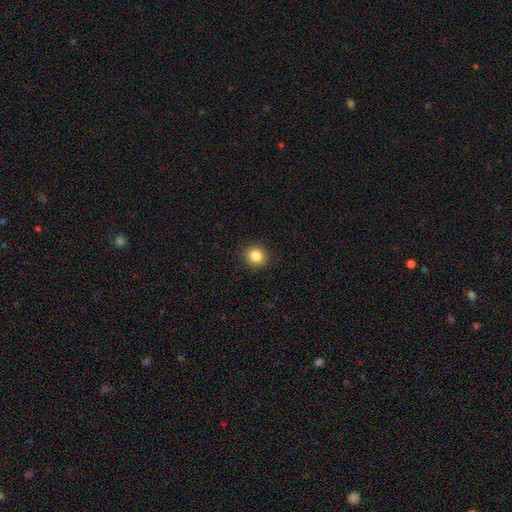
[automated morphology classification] The model was most divided on "how rounded": round: 79%, in between: 20%, cigar-shaped: 1%. More confident: merging — none (90%); smooth or featured — smooth (85%).